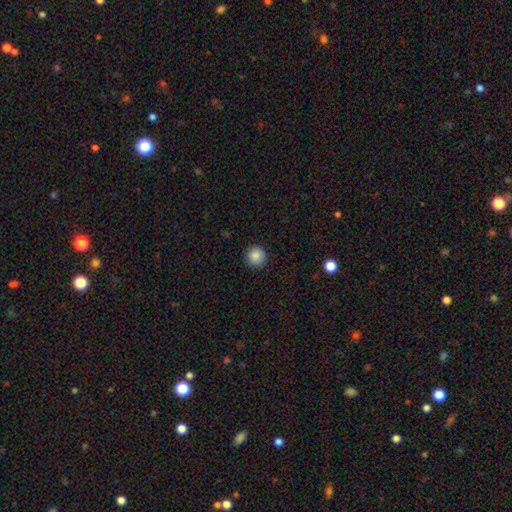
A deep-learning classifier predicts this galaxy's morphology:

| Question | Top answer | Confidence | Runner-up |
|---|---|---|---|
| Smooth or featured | smooth | 87% | star or artifact (9%) |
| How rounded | round | 95% | in between (4%) |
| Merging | none | 91% | minor disturbance (6%) |